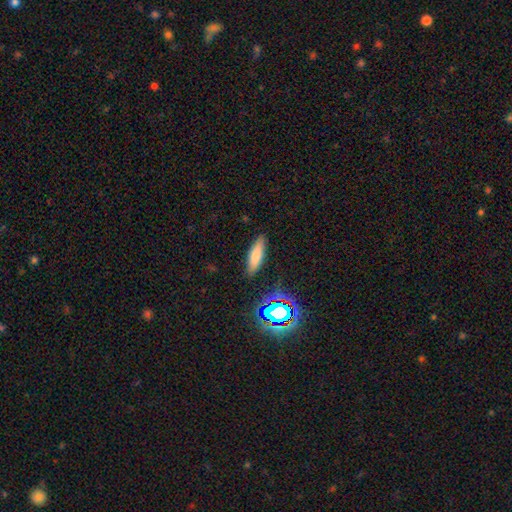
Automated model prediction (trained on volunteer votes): Q: Smooth or featured?
A: smooth (73%); runner-up: featured or disk (15%)
Q: How rounded?
A: cigar-shaped (57%); runner-up: in between (41%)
Q: Merging?
A: none (86%); runner-up: minor disturbance (10%)